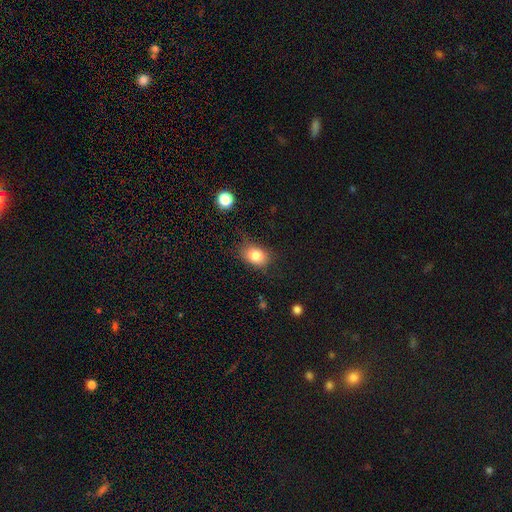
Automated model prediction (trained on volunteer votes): Q: Smooth or featured?
A: smooth (83%); runner-up: star or artifact (10%)
Q: How rounded?
A: in between (69%); runner-up: round (30%)
Q: Merging?
A: none (68%); runner-up: minor disturbance (23%)